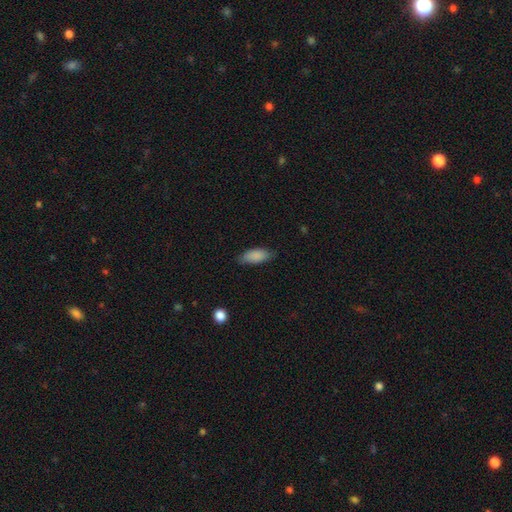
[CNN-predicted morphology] Smooth or featured? smooth (87%)
How rounded? in between (83%)
Merging? none (77%)